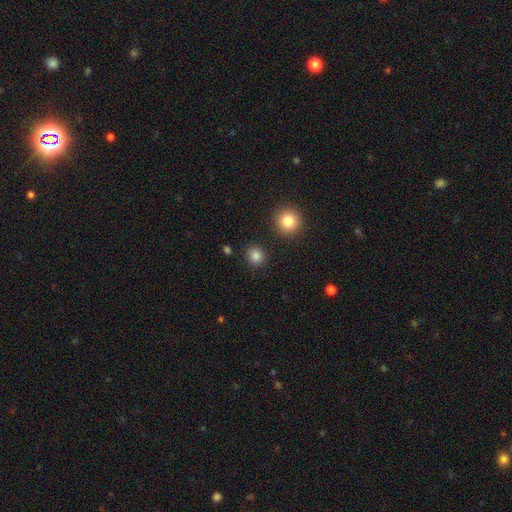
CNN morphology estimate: The model was most divided on "smooth or featured": smooth: 85%, star or artifact: 11%, featured or disk: 4%. More confident: merging — none (89%); how rounded — round (87%).